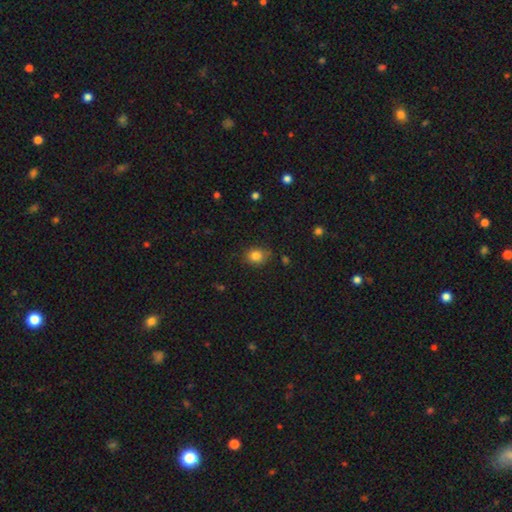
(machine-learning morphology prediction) smooth 83%, star or artifact 11%, featured or disk 6%. Down the decision tree: how rounded — round (62%); merging — none (80%).